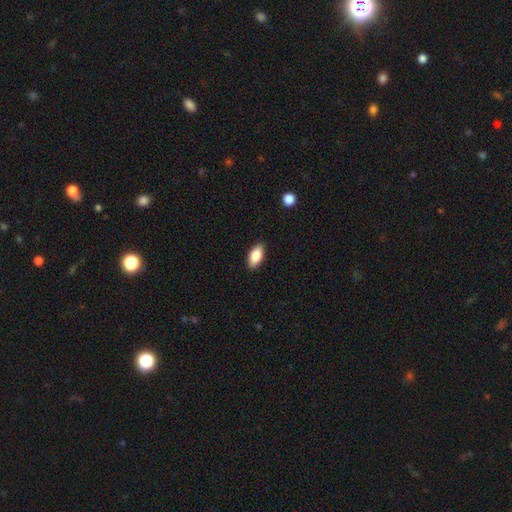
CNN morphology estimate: smooth_or_featured: smooth (p=0.84) [alt: featured or disk p=0.09]
how_rounded: in between (p=0.90) [alt: cigar-shaped p=0.07]
merging: none (p=0.88) [alt: minor disturbance p=0.09]